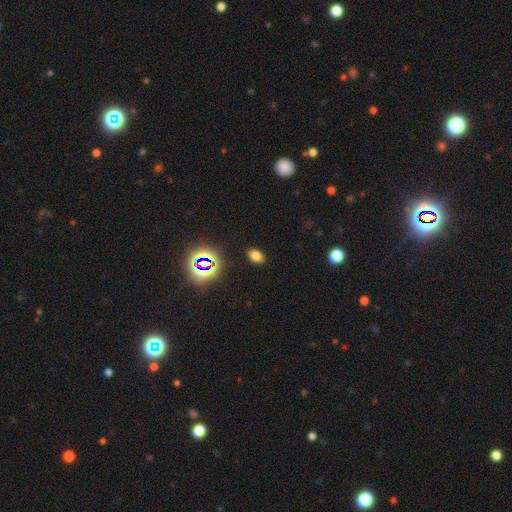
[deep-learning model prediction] Smooth or featured? Predicted: smooth (p=0.70). How rounded? Predicted: in between (p=0.76). Merging? Predicted: none (p=0.87).